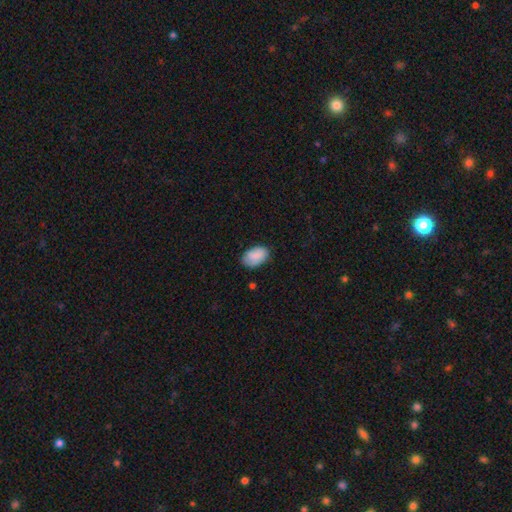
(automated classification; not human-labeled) smooth 87%, featured or disk 7%, star or artifact 7%. Down the decision tree: how rounded — in between (91%); merging — none (76%).